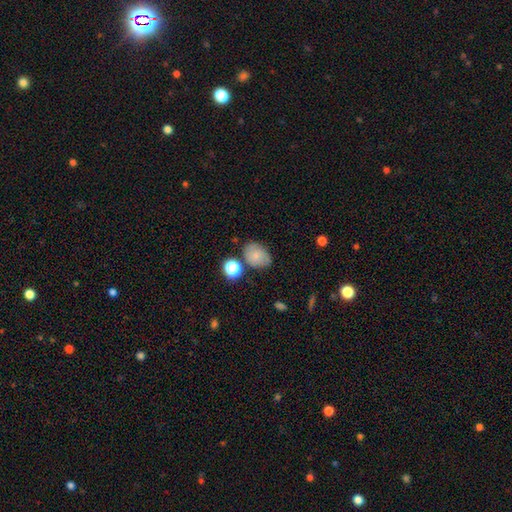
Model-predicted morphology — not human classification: Smooth or featured?
  - smooth: 72% *
  - featured or disk: 17%
  - star or artifact: 12%
How rounded?
  - in between: 66% *
  - round: 33%
  - cigar-shaped: 1%
Merging?
  - none: 66% *
  - minor disturbance: 20%
  - merger: 8%
  - major disturbance: 6%